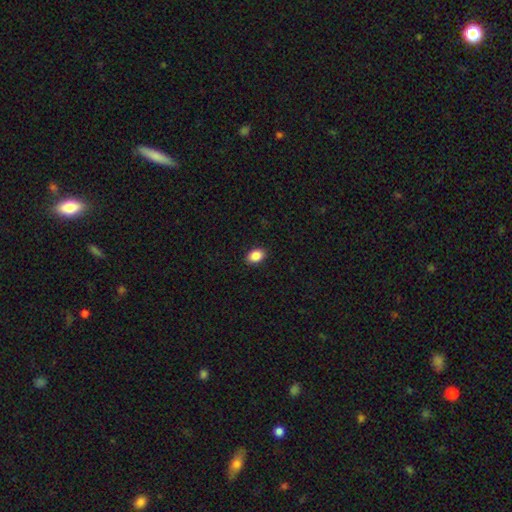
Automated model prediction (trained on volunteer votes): Smooth or featured? Predicted: smooth (p=0.88). How rounded? Predicted: in between (p=0.81). Merging? Predicted: none (p=0.90).